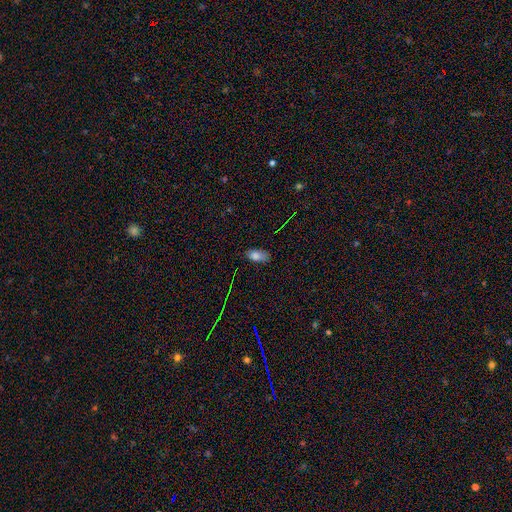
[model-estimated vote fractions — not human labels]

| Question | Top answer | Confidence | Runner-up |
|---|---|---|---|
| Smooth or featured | smooth | 78% | star or artifact (12%) |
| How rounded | in between | 88% | cigar-shaped (8%) |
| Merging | none | 70% | minor disturbance (23%) |